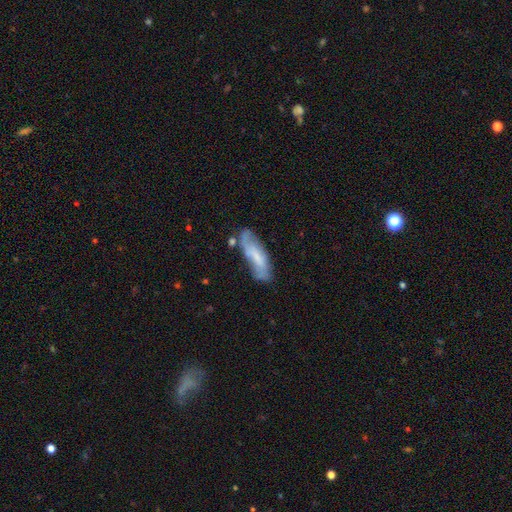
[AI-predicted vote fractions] This appears to be a featured or disk galaxy (47%). Merging: none (59%).